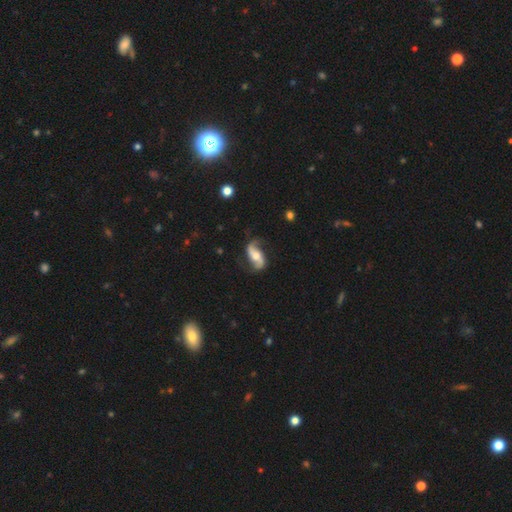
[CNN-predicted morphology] featured or disk 84%, smooth 11%, star or artifact 5%. Down the decision tree: edge-on disk — no (95%); bar — no (42%); spiral arms — yes (95%); spiral arm count — 2 (92%); spiral winding — loose (73%); bulge size — moderate (60%); merging — none (73%).